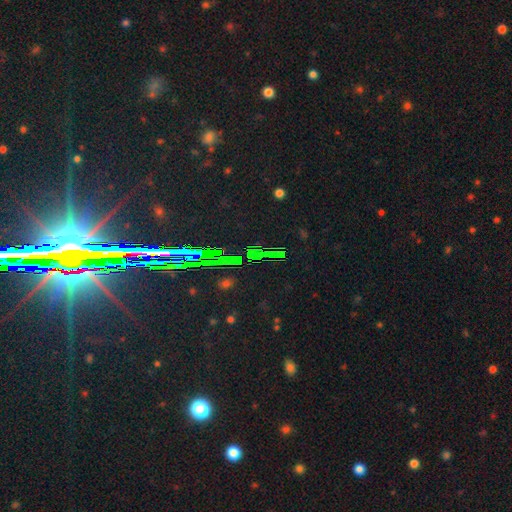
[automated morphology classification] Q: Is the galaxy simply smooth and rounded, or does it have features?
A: star or artifact — 82%.